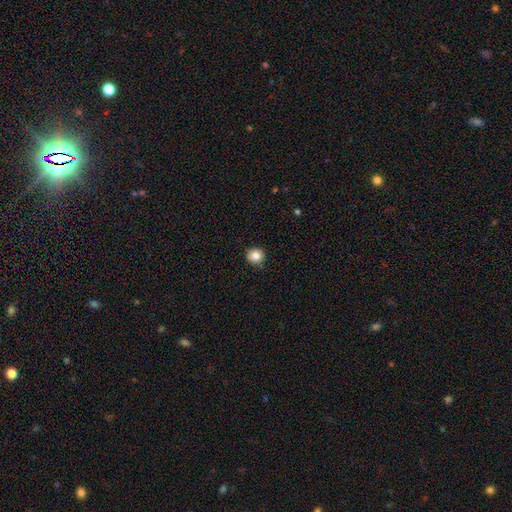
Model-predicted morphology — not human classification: The model was most divided on "smooth or featured": smooth: 83%, star or artifact: 10%, featured or disk: 7%. More confident: how rounded — round (90%); merging — none (88%).